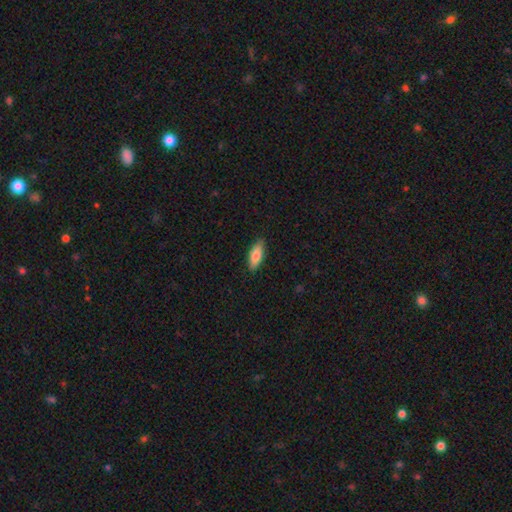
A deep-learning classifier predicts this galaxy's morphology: smooth_or_featured: smooth (p=0.82) [alt: featured or disk p=0.13]
how_rounded: in between (p=0.71) [alt: cigar-shaped p=0.27]
merging: none (p=0.88) [alt: minor disturbance p=0.09]